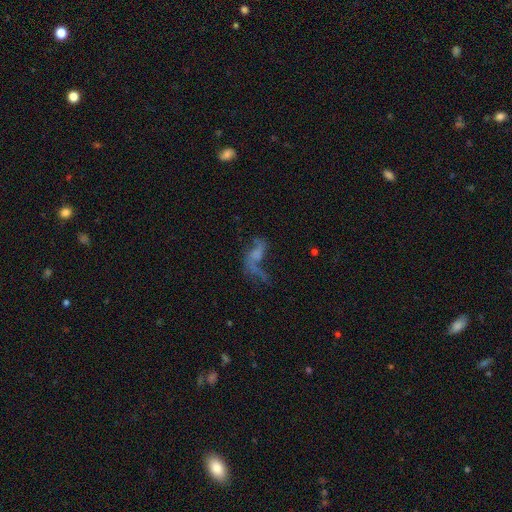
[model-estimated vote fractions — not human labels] A featured or disk galaxy (62%) with no bar (68%), spiral arms (63%) and no central bulge (56%).

Vote fractions:
- Smooth or featured? featured or disk: 62% / smooth: 21% / star or artifact: 16%
- Edge-on disk? no: 93% / yes: 7%
- Bar? no: 68% / weak: 25% / strong: 7%
- Spiral arms? yes: 63% / no: 37%
- Bulge size? none: 56% / small: 25% / moderate: 13% / large: 4% / dominant: 2%
- Merging? major disturbance: 40% / none: 33% / minor disturbance: 15% / merger: 12%